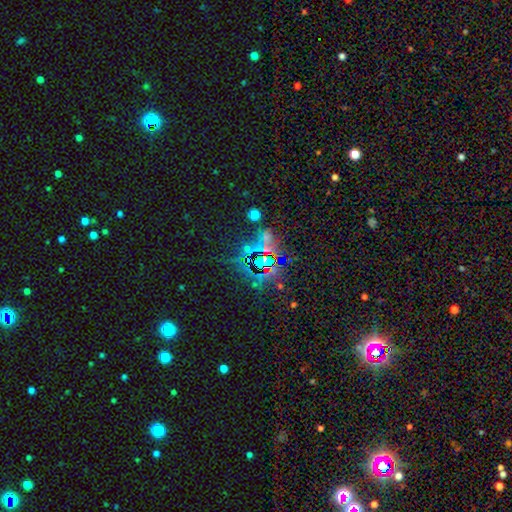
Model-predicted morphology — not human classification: This is likely a star or artifact rather than a galaxy (78%).